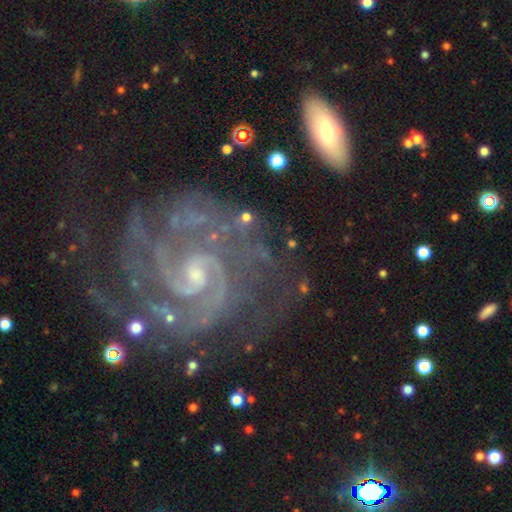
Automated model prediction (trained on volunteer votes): This appears to be a featured or disk galaxy (91%) with no bar (43%), 2 (66%) tight (57%) spiral arms (98%) and a small central bulge (64%). Merging: none (63%).